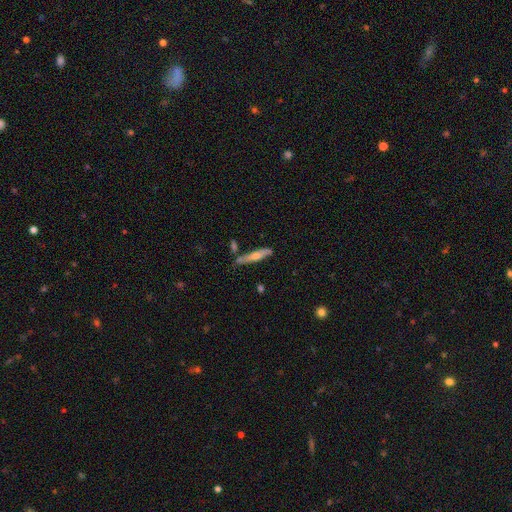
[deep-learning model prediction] A smooth galaxy with no disk features (47%, tied with featured or disk). Merging: none (68%).